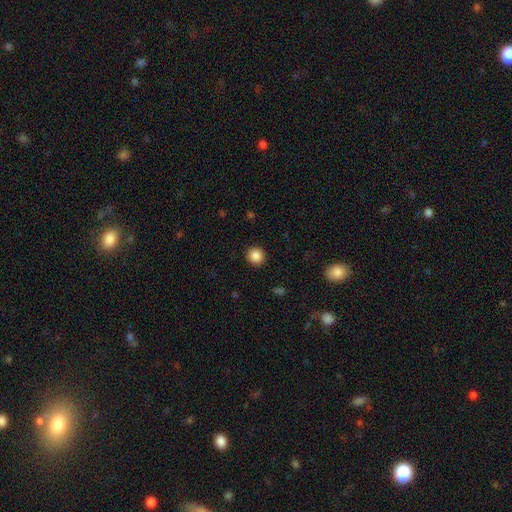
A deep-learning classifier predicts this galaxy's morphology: type=smooth (87%); roundness=round (89%); merging=none (91%).